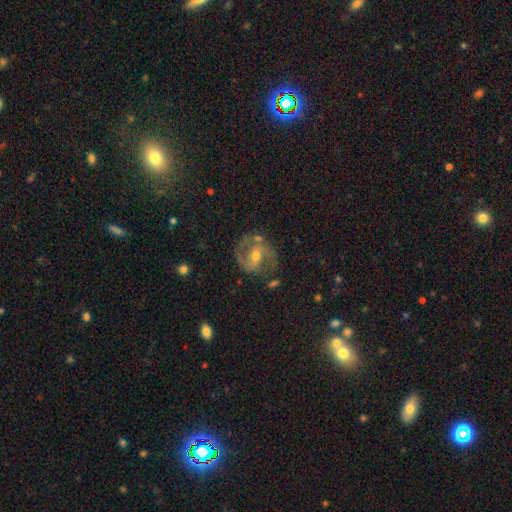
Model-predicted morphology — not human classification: This appears to be a featured or disk galaxy (79%) with a weak bar (44%), 2 (87%) medium (55%) spiral arms (90%) and a moderate central bulge (61%). Merging: none (70%).